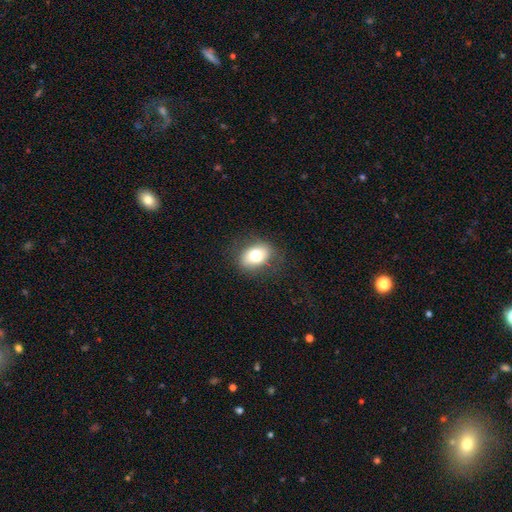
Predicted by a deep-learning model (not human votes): Smooth or featured? Predicted: smooth (p=0.73). How rounded? Predicted: in between (p=0.73). Merging? Predicted: none (p=0.79).